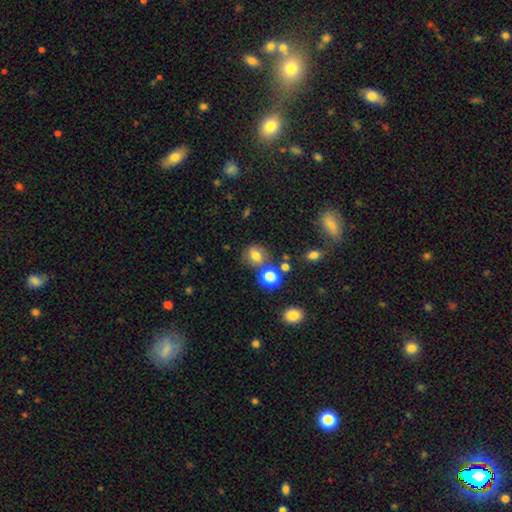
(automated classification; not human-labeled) Smooth or featured? smooth (71%)
How rounded? round (62%)
Merging? none (68%)